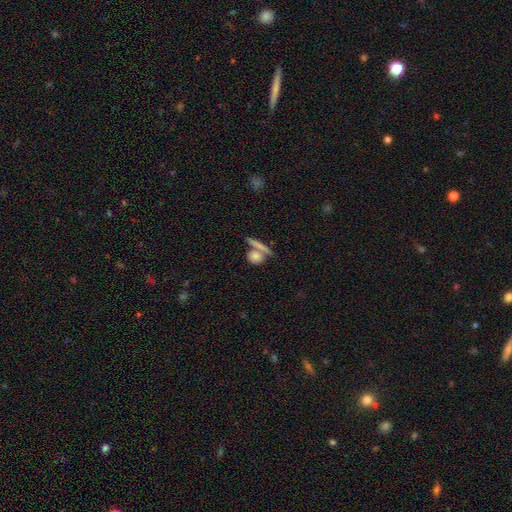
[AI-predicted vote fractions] Smooth or featured? smooth (77%)
How rounded? round (44%)
Merging? none (52%)